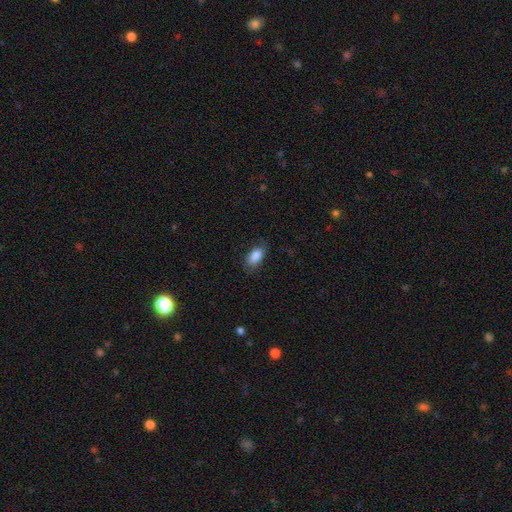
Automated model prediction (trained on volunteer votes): smooth-or-featured: smooth: 88% | star or artifact: 7% | featured or disk: 5%
  how-rounded: in between: 90% | cigar-shaped: 5% | round: 5%
  merging: none: 77% | minor disturbance: 17% | major disturbance: 4% | merger: 1%